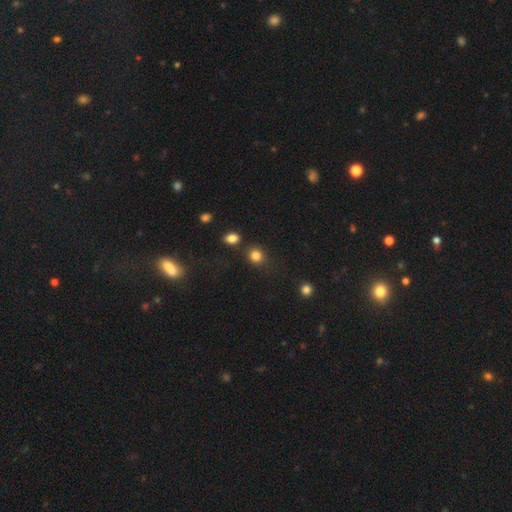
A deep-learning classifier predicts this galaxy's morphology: smooth-or-featured: smooth: 83% | star or artifact: 12% | featured or disk: 5%
  how-rounded: round: 76% | in between: 23% | cigar-shaped: 1%
  merging: none: 76% | minor disturbance: 11% | merger: 8% | major disturbance: 4%